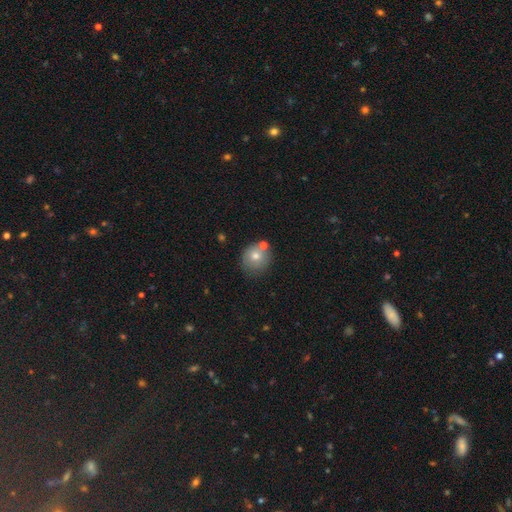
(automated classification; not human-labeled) smooth-or-featured: smooth: 74% | featured or disk: 16% | star or artifact: 11%
  how-rounded: round: 83% | in between: 16% | cigar-shaped: 1%
  merging: none: 65% | merger: 17% | minor disturbance: 14% | major disturbance: 4%